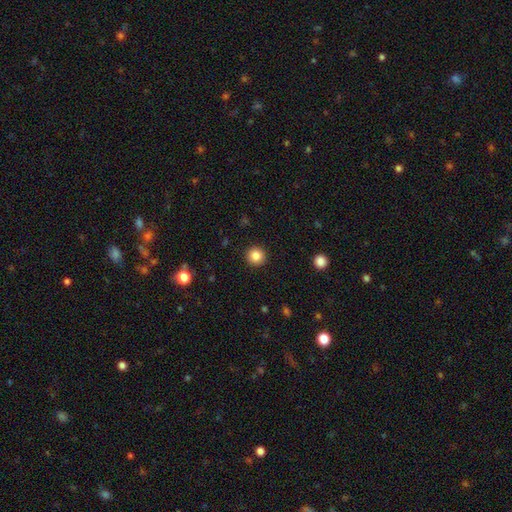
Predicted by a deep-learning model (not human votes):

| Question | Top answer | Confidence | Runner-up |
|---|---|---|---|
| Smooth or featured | smooth | 85% | star or artifact (10%) |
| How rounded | round | 95% | in between (4%) |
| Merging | none | 93% | minor disturbance (5%) |